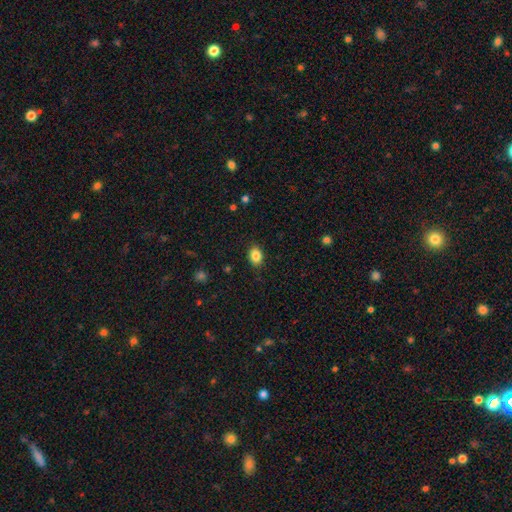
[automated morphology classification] smooth 86%, star or artifact 9%, featured or disk 5%. Down the decision tree: how rounded — in between (70%); merging — none (87%).